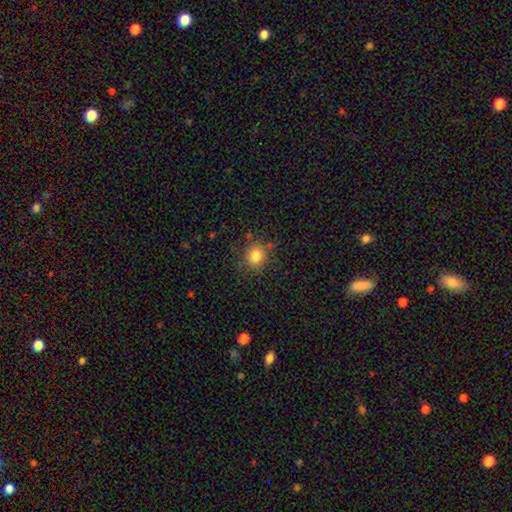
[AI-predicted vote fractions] Smooth or featured?
  - smooth: 83% *
  - star or artifact: 11%
  - featured or disk: 6%
How rounded?
  - round: 72% *
  - in between: 27%
  - cigar-shaped: 1%
Merging?
  - none: 80% *
  - minor disturbance: 13%
  - major disturbance: 4%
  - merger: 3%